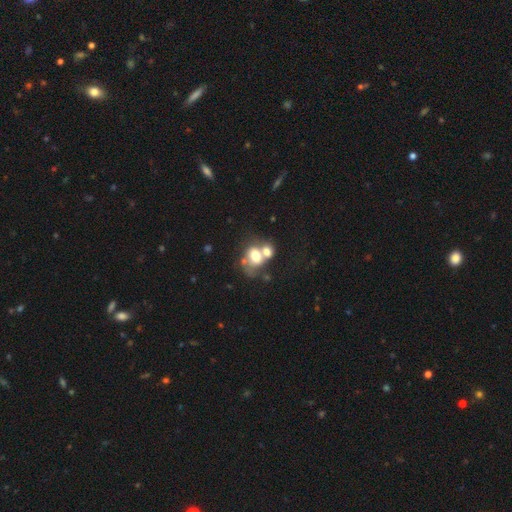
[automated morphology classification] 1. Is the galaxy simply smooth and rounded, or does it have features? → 61% smooth, 29% featured or disk, 10% star or artifact.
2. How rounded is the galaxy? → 61% in between, 38% round, 1% cigar-shaped.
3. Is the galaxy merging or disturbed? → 64% merger, 19% none, 9% minor disturbance, 9% major disturbance.